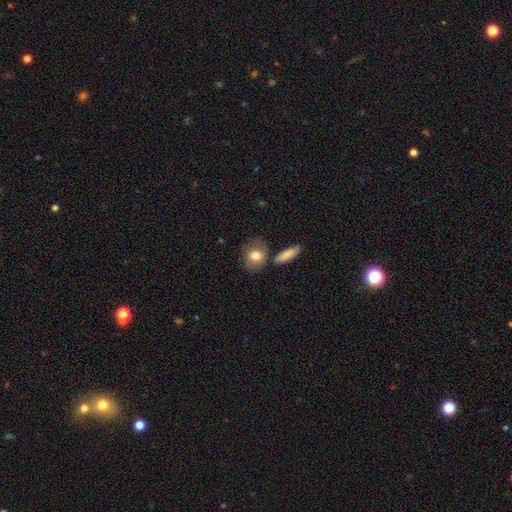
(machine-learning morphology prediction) This is likely a smooth galaxy (79%). How rounded: possibly round (54%). Merging: likely none (66%).